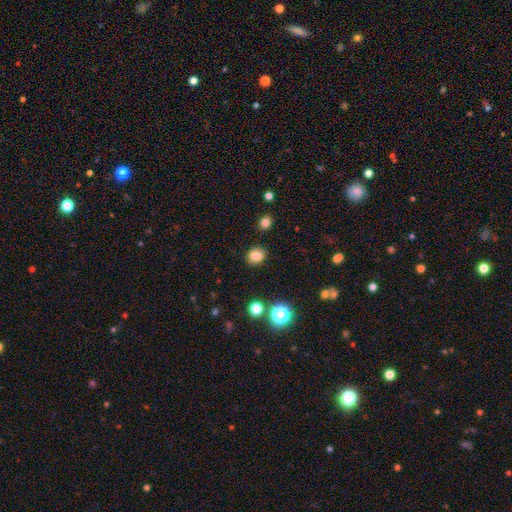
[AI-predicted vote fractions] smooth 82%, star or artifact 13%, featured or disk 5%. Down the decision tree: how rounded — round (66%); merging — none (87%).